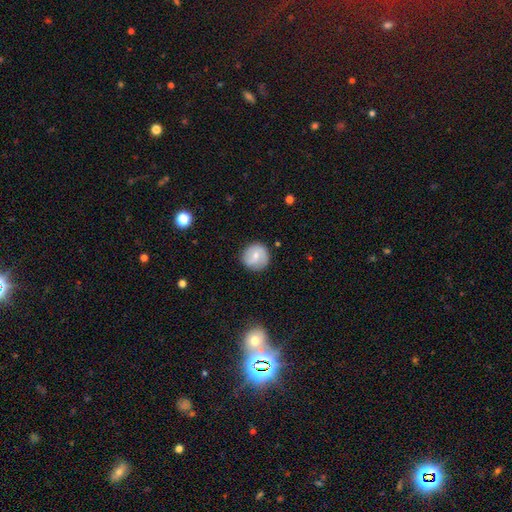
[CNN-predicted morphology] smooth 55%, featured or disk 38%, star or artifact 7%. Down the decision tree: how rounded — round (93%); merging — none (84%).